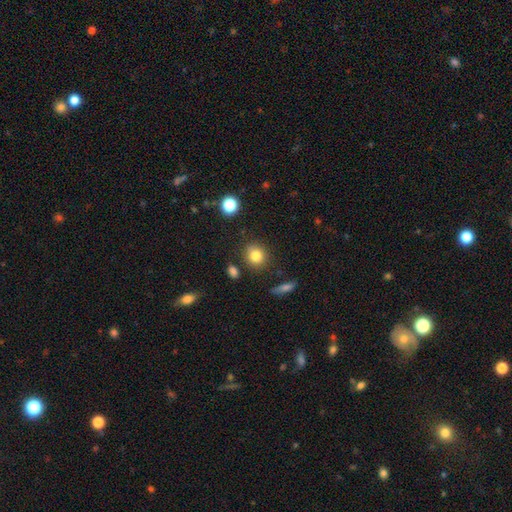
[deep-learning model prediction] A smooth galaxy with no disk features (82%) that is round (83%).

Vote fractions:
- Smooth or featured? smooth: 82% / star or artifact: 10% / featured or disk: 7%
- How rounded? round: 83% / in between: 15% / cigar-shaped: 1%
- Merging? none: 84% / minor disturbance: 10% / merger: 4% / major disturbance: 3%